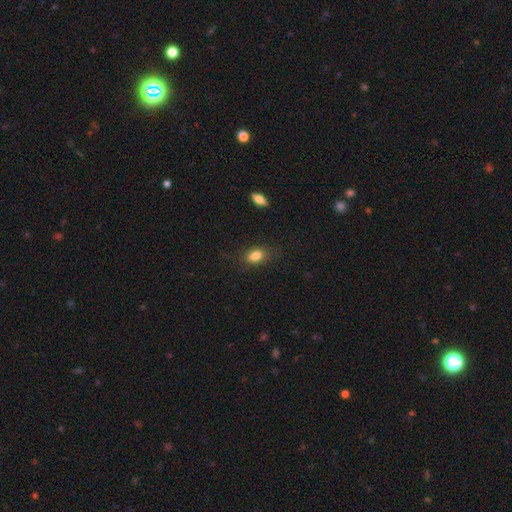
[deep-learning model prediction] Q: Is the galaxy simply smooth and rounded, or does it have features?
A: smooth — 82%.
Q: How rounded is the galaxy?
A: in between — 79%.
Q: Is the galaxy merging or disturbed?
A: none — 75%.